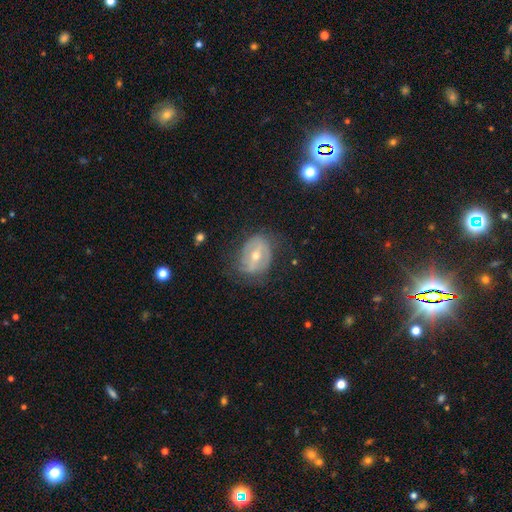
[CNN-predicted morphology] The model was most divided on "bar": weak: 39%, strong: 34%, no: 27%. More confident: edge-on disk — no (95%); smooth or featured — featured or disk (68%); merging — none (65%); bulge size — moderate (58%); spiral arms — yes (57%).